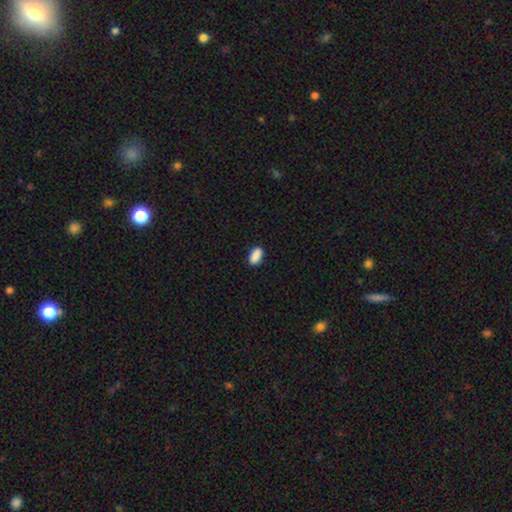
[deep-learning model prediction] Morphology: type=smooth (89%); roundness=in between (89%); merging=none (88%).